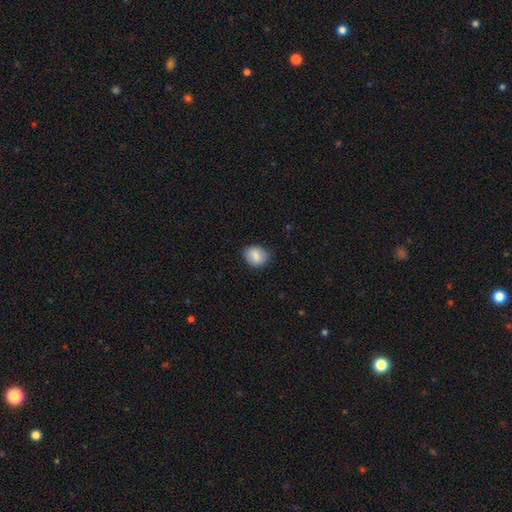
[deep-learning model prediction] This is clearly a smooth galaxy (83%). How rounded: possibly in between (50%). Merging: clearly none (84%).